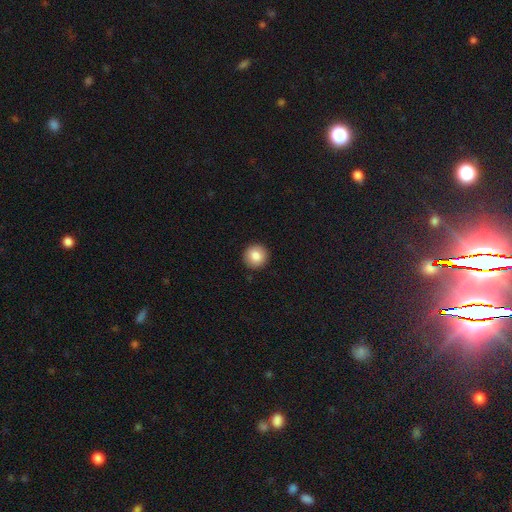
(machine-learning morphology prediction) Smooth or featured? Predicted: smooth (p=0.85). How rounded? Predicted: round (p=0.95). Merging? Predicted: none (p=0.93).